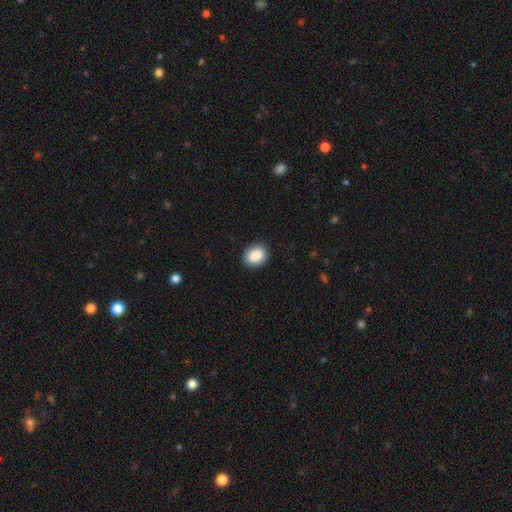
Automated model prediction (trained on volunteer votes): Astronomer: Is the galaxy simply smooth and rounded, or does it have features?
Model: smooth — 88%.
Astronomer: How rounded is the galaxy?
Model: in between — 58% (runner-up: round, 40%).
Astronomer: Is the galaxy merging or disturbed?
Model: none — 89%.